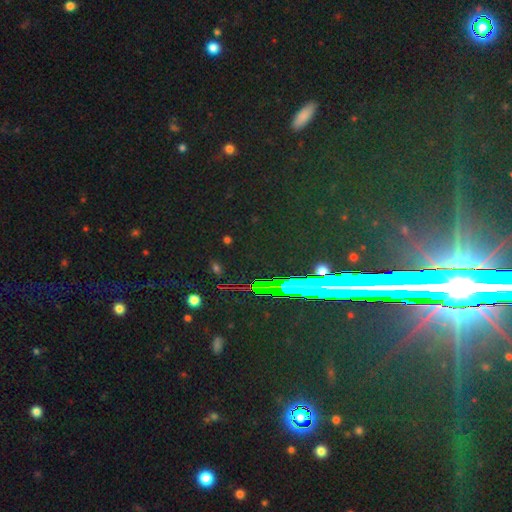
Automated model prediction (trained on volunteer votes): This appears to be a star or artifact, not a galaxy (79%).